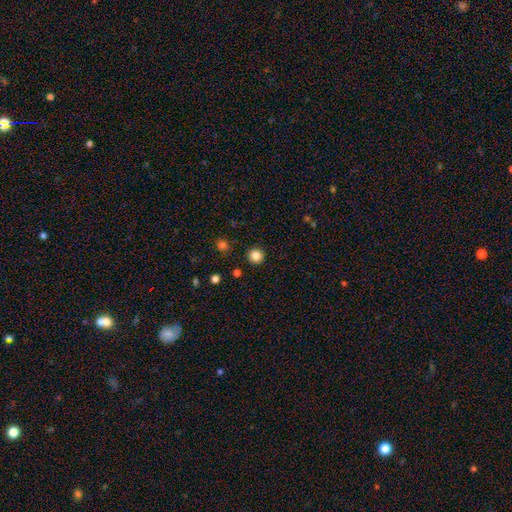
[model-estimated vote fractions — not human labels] Smooth or featured? Predicted: smooth (p=0.85). How rounded? Predicted: round (p=0.95). Merging? Predicted: none (p=0.92).